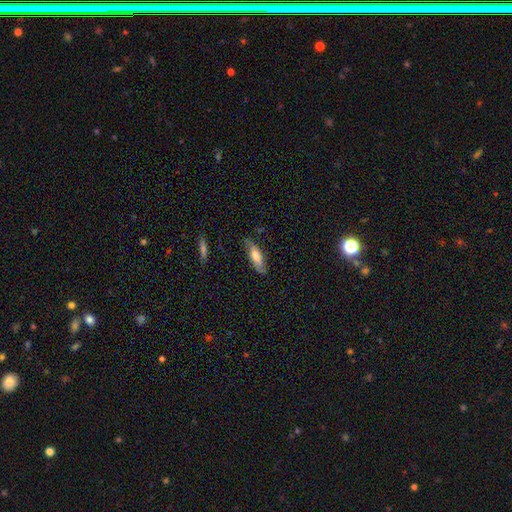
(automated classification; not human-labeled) Smooth or featured: smooth — 62% (featured or disk — 32%)
How rounded: in between — 51% (cigar-shaped — 47%)
Merging: none — 76% (minor disturbance — 19%)